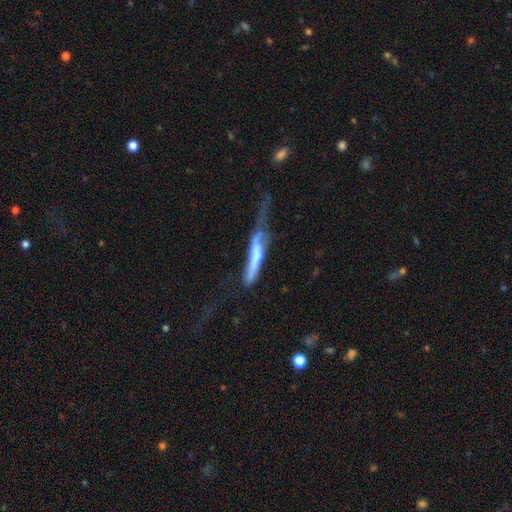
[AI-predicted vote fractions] A smooth galaxy with no disk features (48%).

Vote fractions:
- Smooth or featured? smooth: 48% / featured or disk: 44% / star or artifact: 7%
- Merging? major disturbance: 46% / minor disturbance: 22% / none: 21% / merger: 10%